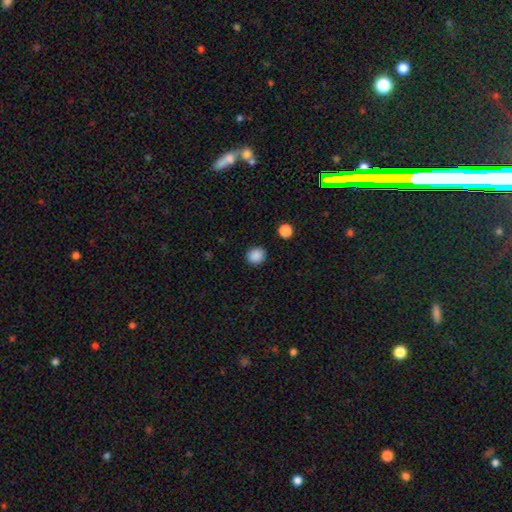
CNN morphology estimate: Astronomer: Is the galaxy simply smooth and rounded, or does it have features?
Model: smooth — 88%.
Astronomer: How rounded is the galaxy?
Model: round — 83%.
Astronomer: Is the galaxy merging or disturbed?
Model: none — 90%.